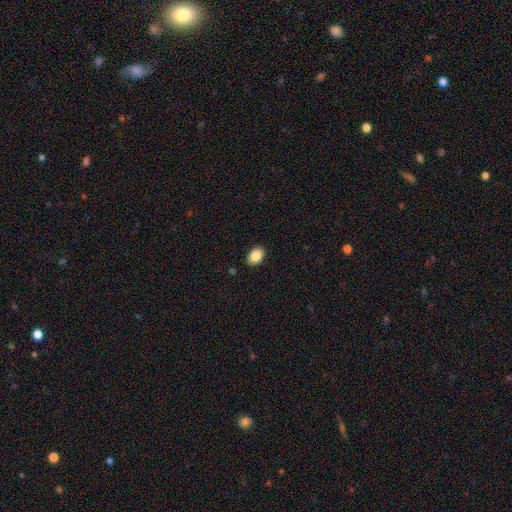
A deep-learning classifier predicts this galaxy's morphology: A smooth galaxy with no disk features (86%) that is in between round and cigar-shaped (85%). Merging: none (89%).